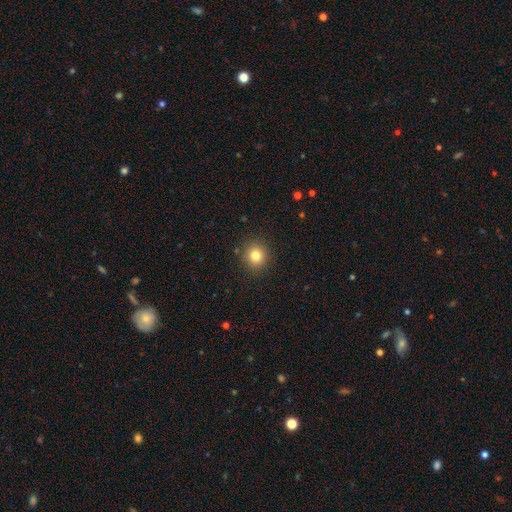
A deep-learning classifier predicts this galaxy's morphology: This is clearly a smooth galaxy (81%). How rounded: clearly round (91%). Merging: clearly none (90%).